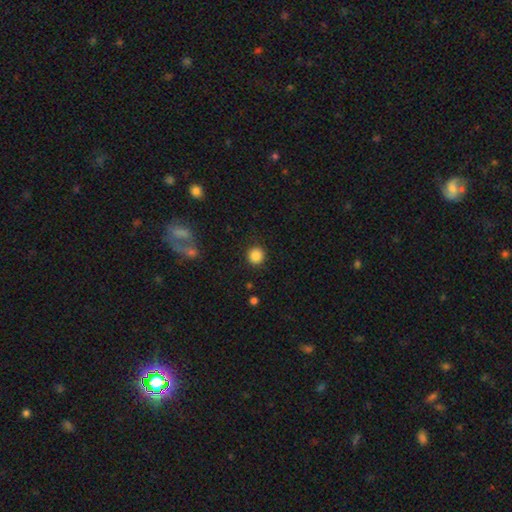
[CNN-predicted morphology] Q: Smooth or featured?
A: smooth (86%); runner-up: star or artifact (10%)
Q: How rounded?
A: round (93%); runner-up: in between (6%)
Q: Merging?
A: none (90%); runner-up: minor disturbance (6%)